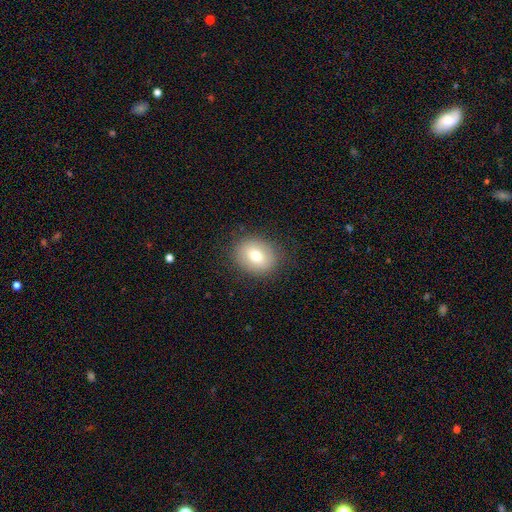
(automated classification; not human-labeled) A smooth galaxy with no disk features (74%) that is round (53%). Merging: none (86%).